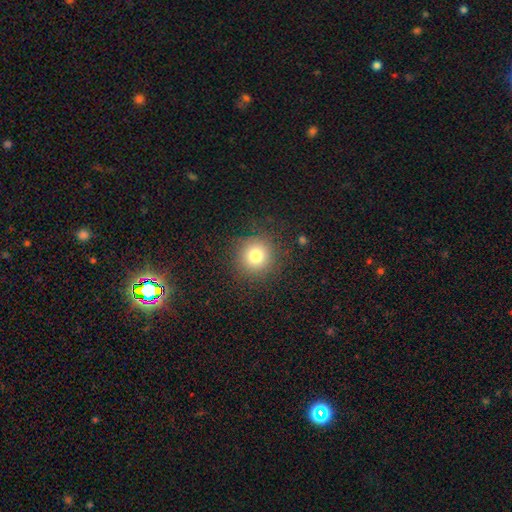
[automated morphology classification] A smooth galaxy with no disk features (77%) that is round (94%).

Vote fractions:
- Smooth or featured? smooth: 77% / star or artifact: 13% / featured or disk: 9%
- How rounded? round: 94% / in between: 5% / cigar-shaped: 1%
- Merging? none: 87% / minor disturbance: 8% / major disturbance: 4% / merger: 1%